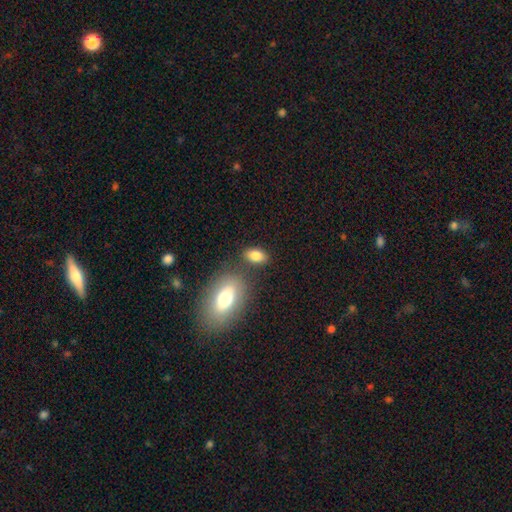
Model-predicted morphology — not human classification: type=smooth (82%); roundness=in between (87%); merging=none (71%).